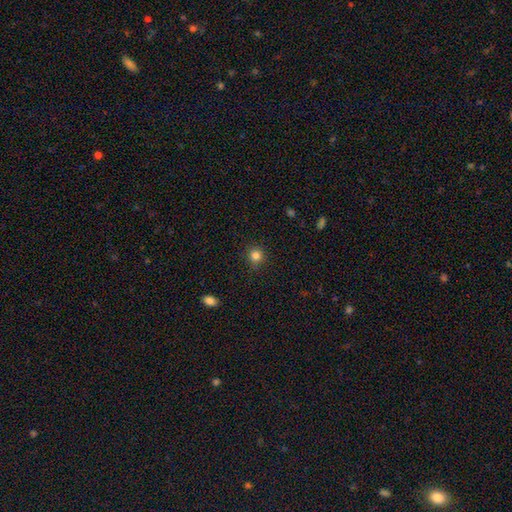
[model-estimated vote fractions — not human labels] Overall: smooth (83%). How rounded: round (92%). Merging: none (88%).